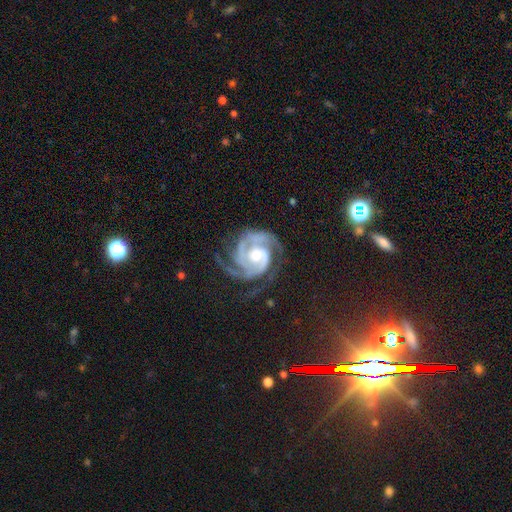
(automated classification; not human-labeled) Smooth or featured: featured or disk — 93% (star or artifact — 4%)
Edge-on disk: no — 98% (yes — 2%)
Bar: no — 59% (weak — 30%)
Spiral arms: yes — 99% (no — 1%)
Spiral winding: tight — 61% (medium — 34%)
Spiral arm count: 3 — 41% (2 — 34%)
Bulge size: moderate — 67% (small — 21%)
Merging: none — 66% (minor disturbance — 19%)